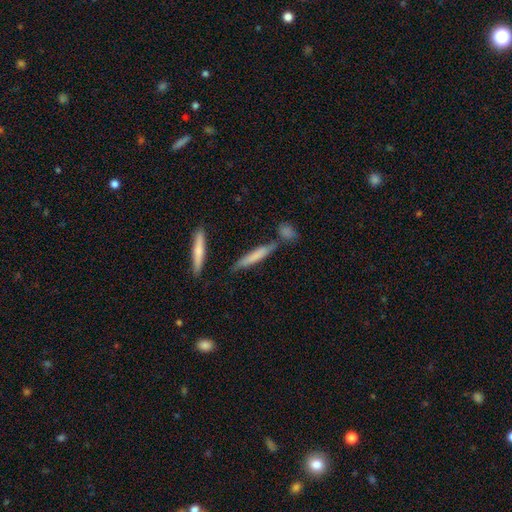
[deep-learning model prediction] Smooth or featured: smooth — 64% (featured or disk — 29%)
How rounded: cigar-shaped — 91% (in between — 7%)
Merging: none — 67% (merger — 16%)